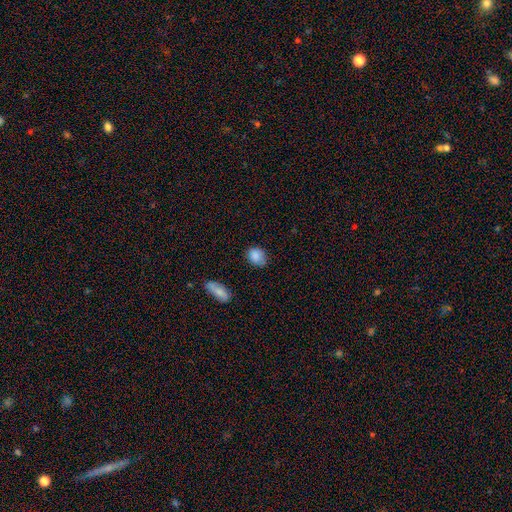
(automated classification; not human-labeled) This appears to be a smooth galaxy with no disk features (86%) that is in between round and cigar-shaped (54%). Merging: none (70%).